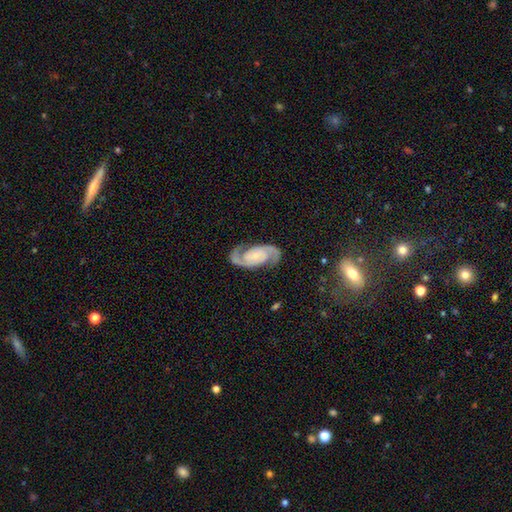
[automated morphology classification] smooth-or-featured: featured or disk: 91% | star or artifact: 5% | smooth: 4%
  disk-edge-on: no: 97% | yes: 3%
    bar: no: 59% | weak: 28% | strong: 13%
    has-spiral-arms: yes: 98% | no: 2%
      spiral-winding: medium: 51% | tight: 38% | loose: 11%
      spiral-arm-count: 2: 94% | can't tell: 2% | 3: 1% | 1: 1% | 4: 1% | more than 4: 1%
    bulge-size: small: 61% | moderate: 20% | none: 15% | large: 3% | dominant: 1%
  merging: none: 83% | minor disturbance: 11% | major disturbance: 4% | merger: 2%